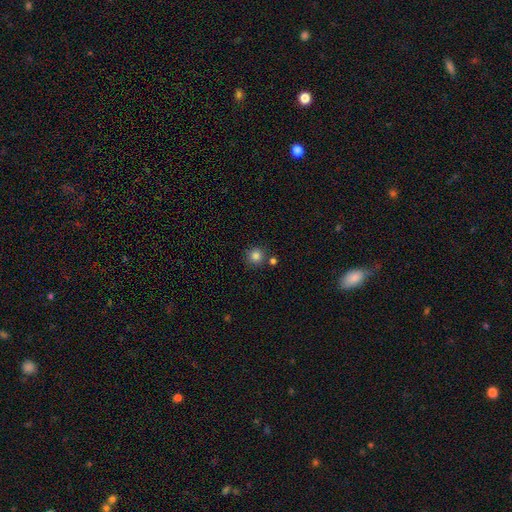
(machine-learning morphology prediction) smooth_or_featured: smooth (p=0.84) [alt: star or artifact p=0.11]
how_rounded: round (p=0.94) [alt: in between p=0.05]
merging: none (p=0.79) [alt: merger p=0.10]